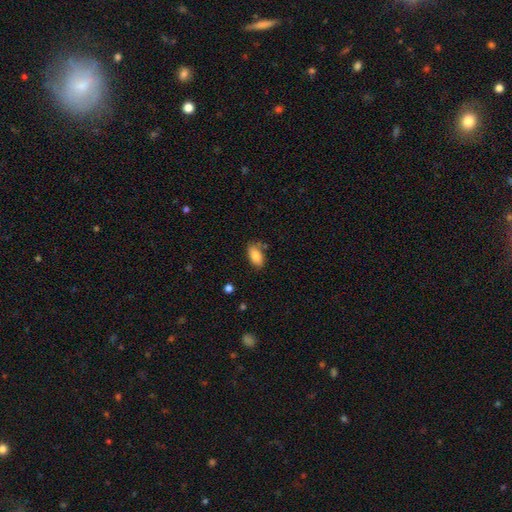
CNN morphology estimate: Smooth or featured? Predicted: smooth (p=0.87). How rounded? Predicted: in between (p=0.93). Merging? Predicted: none (p=0.73).